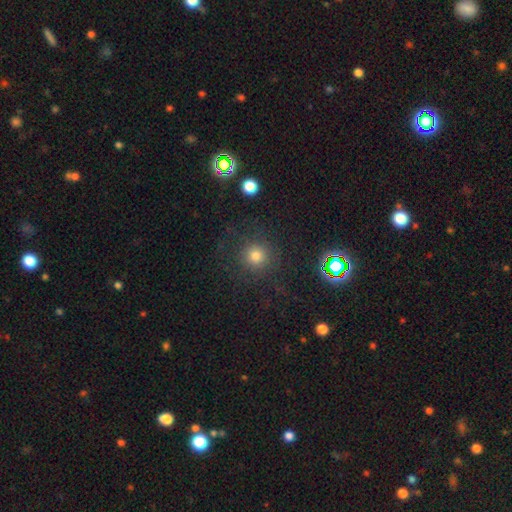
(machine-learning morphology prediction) A smooth galaxy with no disk features (73%) that is round (94%).

Vote fractions:
- Smooth or featured? smooth: 73% / star or artifact: 18% / featured or disk: 9%
- How rounded? round: 94% / in between: 5% / cigar-shaped: 1%
- Merging? none: 82% / minor disturbance: 9% / major disturbance: 7% / merger: 2%